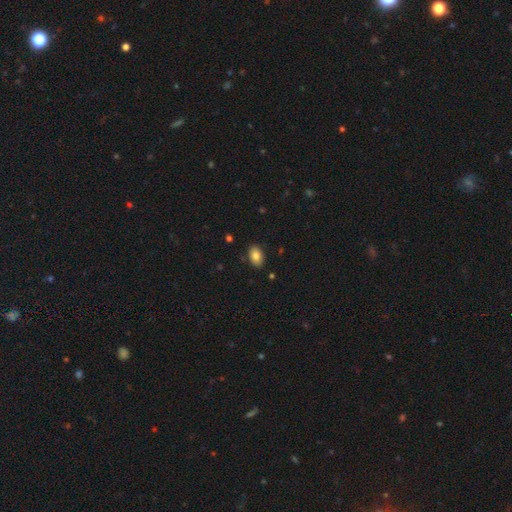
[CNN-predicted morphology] Smooth or featured?
  - smooth: 84% *
  - star or artifact: 8%
  - featured or disk: 8%
How rounded?
  - in between: 89% *
  - round: 10%
  - cigar-shaped: 1%
Merging?
  - none: 86% *
  - minor disturbance: 11%
  - major disturbance: 2%
  - merger: 2%